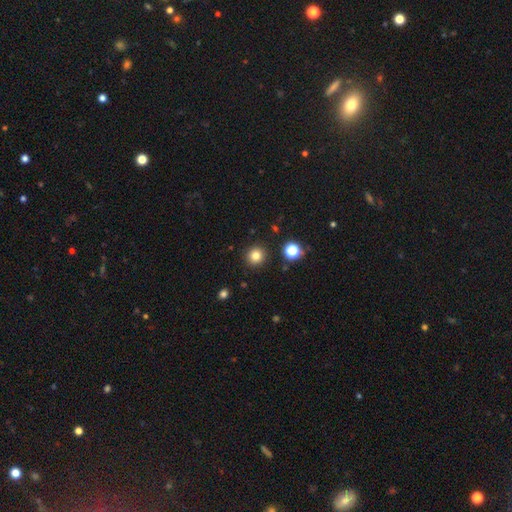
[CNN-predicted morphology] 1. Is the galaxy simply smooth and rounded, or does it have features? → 81% smooth, 13% star or artifact, 6% featured or disk.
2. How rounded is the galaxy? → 94% round, 5% in between, 1% cigar-shaped.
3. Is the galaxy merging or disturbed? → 91% none, 5% minor disturbance, 2% major disturbance, 2% merger.